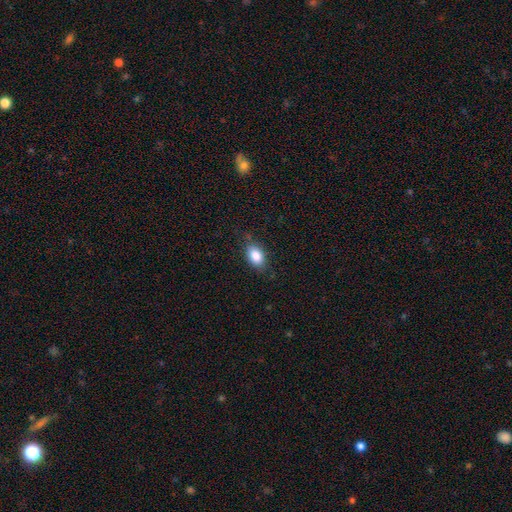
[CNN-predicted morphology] This is clearly a smooth galaxy (86%). How rounded: clearly in between (85%). Merging: likely none (78%).